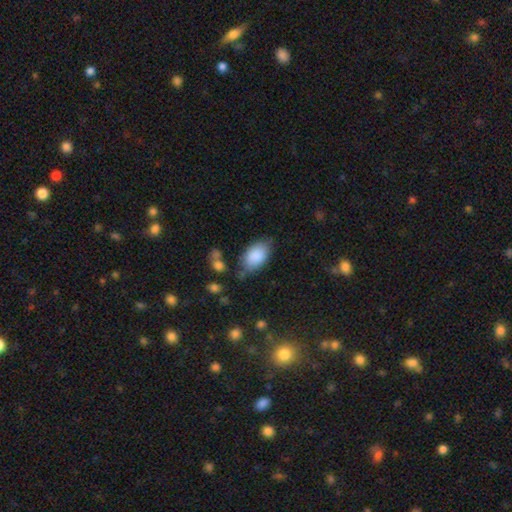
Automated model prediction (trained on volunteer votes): A smooth galaxy with no disk features (87%) that is in between round and cigar-shaped (92%).

Vote fractions:
- Smooth or featured? smooth: 87% / star or artifact: 7% / featured or disk: 6%
- How rounded? in between: 92% / round: 7% / cigar-shaped: 2%
- Merging? none: 67% / minor disturbance: 22% / major disturbance: 6% / merger: 4%